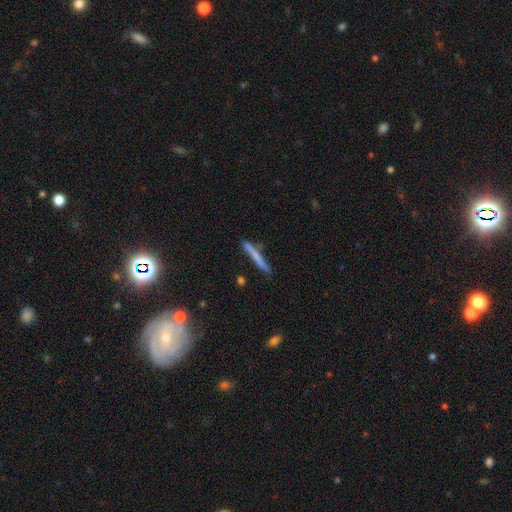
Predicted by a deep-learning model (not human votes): smooth 66%, featured or disk 27%, star or artifact 7%. Down the decision tree: how rounded — cigar-shaped (97%); merging — none (85%).